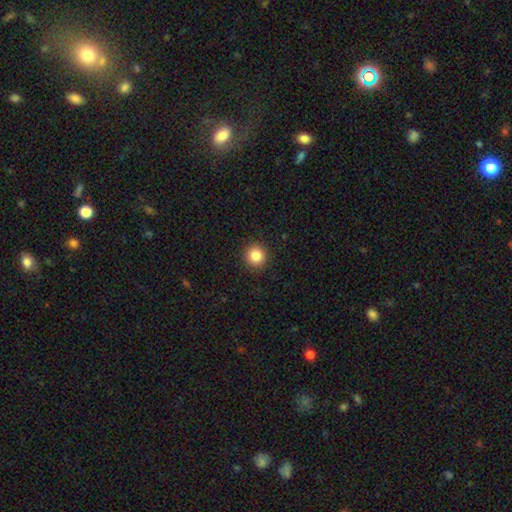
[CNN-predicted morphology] smooth_or_featured: smooth (p=0.85) [alt: star or artifact p=0.10]
how_rounded: round (p=0.93) [alt: in between p=0.06]
merging: none (p=0.92) [alt: minor disturbance p=0.05]